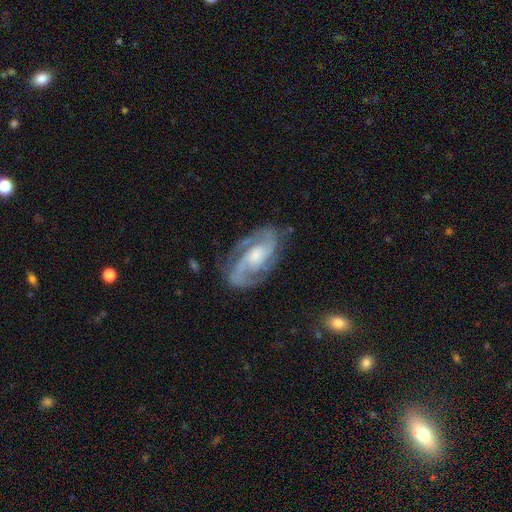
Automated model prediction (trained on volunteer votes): A featured or disk galaxy (90%) with no bar (50%), 2 (77%) medium (54%) spiral arms (98%) and a moderate central bulge (49%). Merging: none (76%).